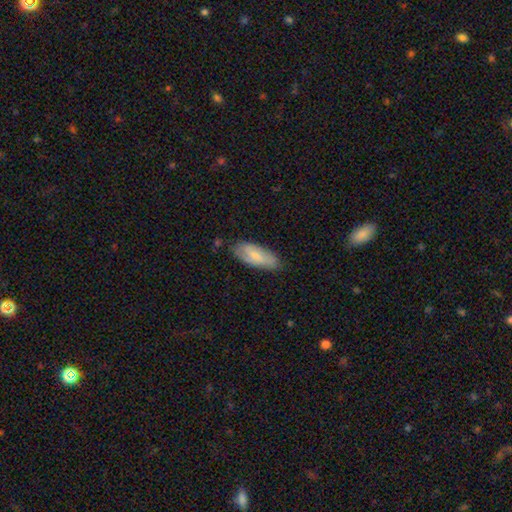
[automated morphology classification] Smooth or featured?
  - smooth: 66% *
  - featured or disk: 28%
  - star or artifact: 6%
How rounded?
  - in between: 80% *
  - cigar-shaped: 18%
  - round: 2%
Merging?
  - none: 72% *
  - minor disturbance: 21%
  - major disturbance: 4%
  - merger: 2%